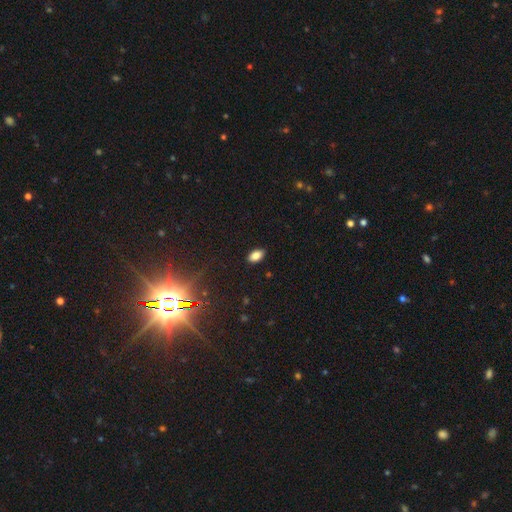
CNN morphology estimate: Smooth or featured: smooth — 84% (star or artifact — 11%)
How rounded: in between — 91% (round — 7%)
Merging: none — 88% (minor disturbance — 9%)